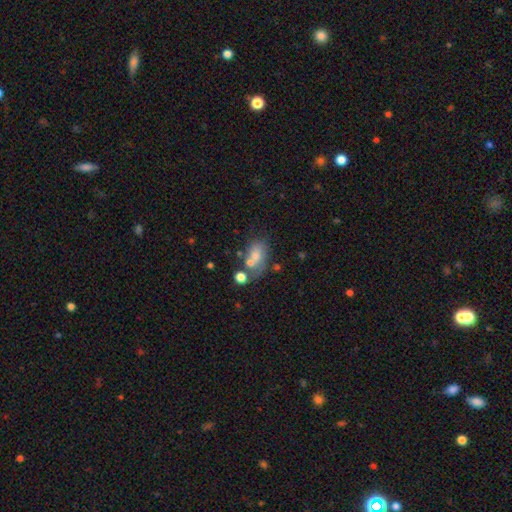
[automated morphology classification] Overall: smooth (60%; featured or disk 24%). How rounded: in between (80%). Merging: none (41%; merger 26%).